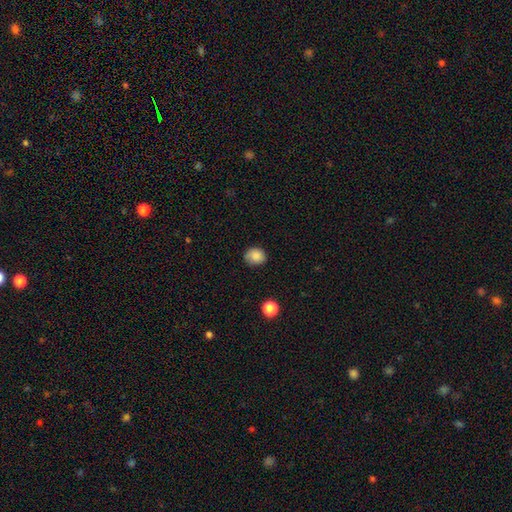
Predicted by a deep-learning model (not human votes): Q: Smooth or featured?
A: smooth (85%); runner-up: star or artifact (10%)
Q: How rounded?
A: round (73%); runner-up: in between (26%)
Q: Merging?
A: none (74%); runner-up: minor disturbance (20%)